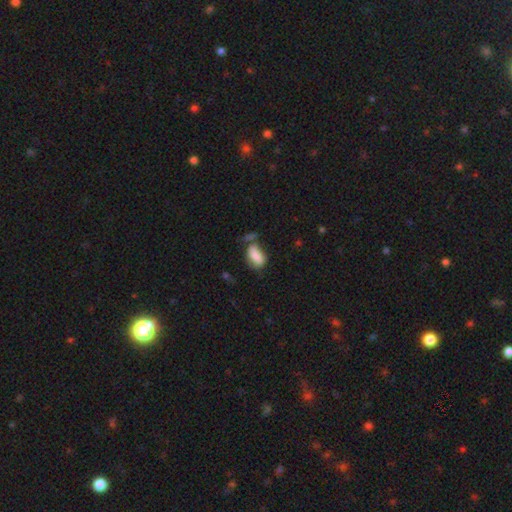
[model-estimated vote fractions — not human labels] smooth_or_featured: smooth (p=0.79) [alt: featured or disk p=0.12]
how_rounded: in between (p=0.88) [alt: cigar-shaped p=0.07]
merging: none (p=0.43) [alt: minor disturbance p=0.25]